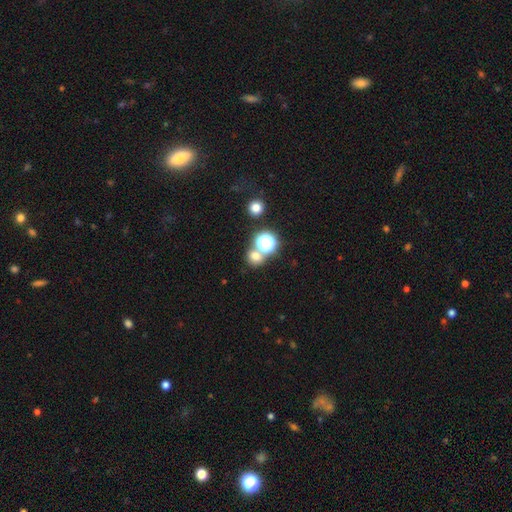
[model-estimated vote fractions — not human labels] smooth-or-featured: smooth: 66% | star or artifact: 26% | featured or disk: 8%
  how-rounded: round: 77% | in between: 22% | cigar-shaped: 1%
  merging: none: 61% | merger: 27% | minor disturbance: 8% | major disturbance: 4%